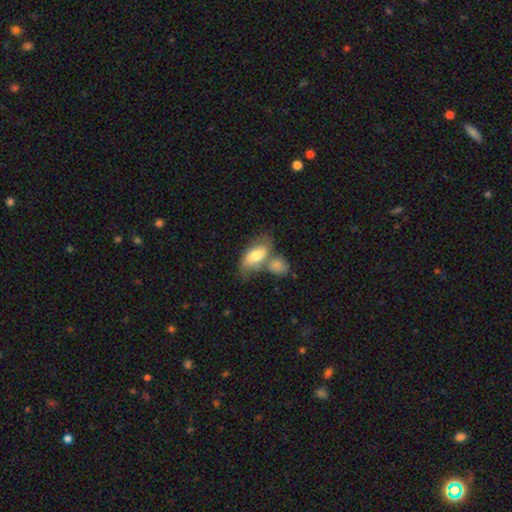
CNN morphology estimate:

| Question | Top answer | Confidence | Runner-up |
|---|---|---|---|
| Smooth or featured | smooth | 66% | featured or disk (28%) |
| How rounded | in between | 89% | cigar-shaped (6%) |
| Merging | merger | 46% | none (32%) |